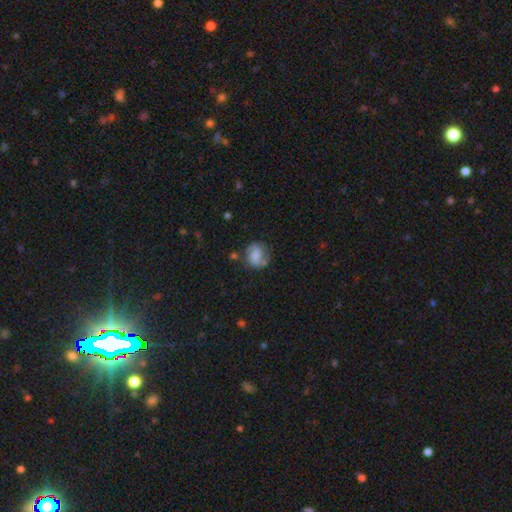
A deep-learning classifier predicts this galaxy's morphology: This is possibly a featured or disk galaxy (49%). Merging: likely none (61%).